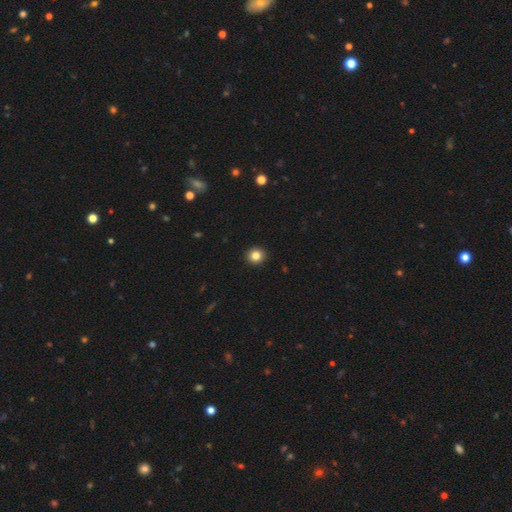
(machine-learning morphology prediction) Overall: smooth (83%). How rounded: round (87%). Merging: none (93%).